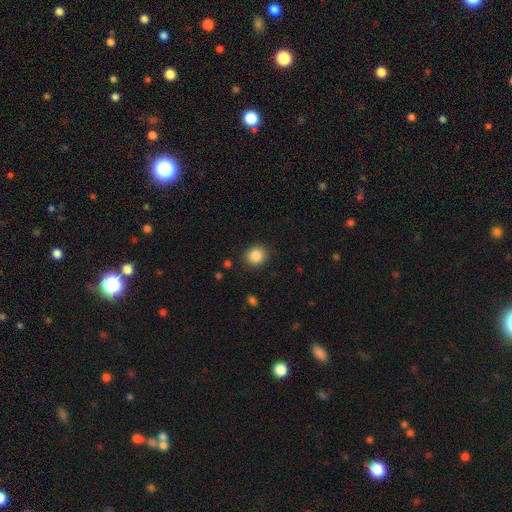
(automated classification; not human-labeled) Smooth or featured? Predicted: smooth (p=0.86). How rounded? Predicted: round (p=0.80). Merging? Predicted: none (p=0.89).